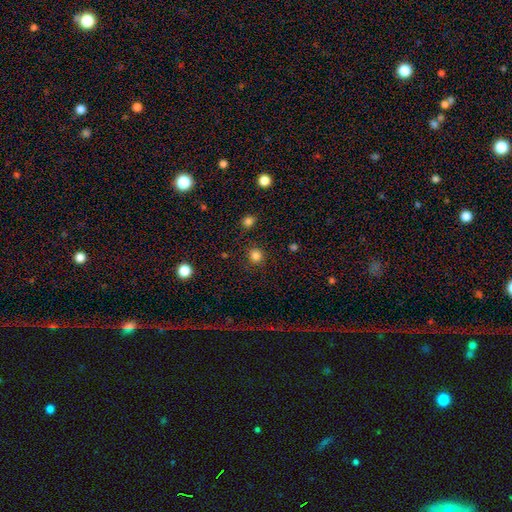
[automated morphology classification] type=smooth (83%); roundness=round (91%); merging=none (88%).